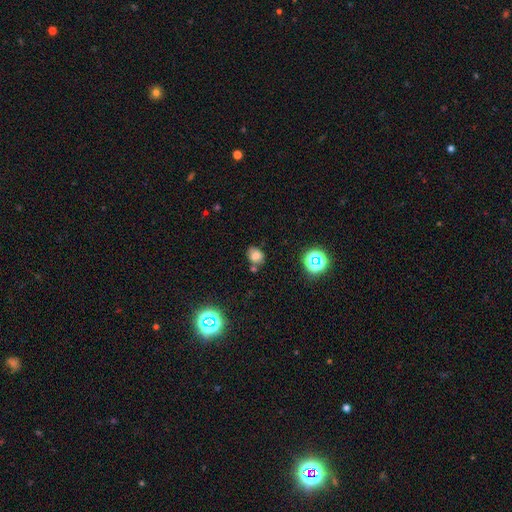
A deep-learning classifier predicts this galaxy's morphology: This is likely a smooth galaxy (72%). How rounded: possibly round (51%). Merging: likely none (64%).